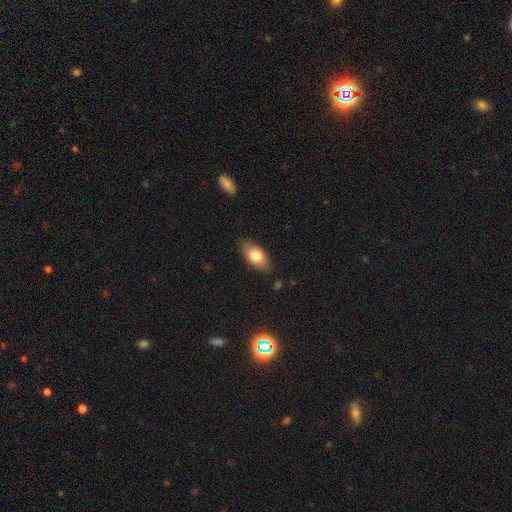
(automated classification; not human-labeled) Smooth or featured?
  - smooth: 74% *
  - featured or disk: 19%
  - star or artifact: 7%
How rounded?
  - in between: 88% *
  - cigar-shaped: 8%
  - round: 5%
Merging?
  - none: 83% *
  - minor disturbance: 13%
  - major disturbance: 3%
  - merger: 1%